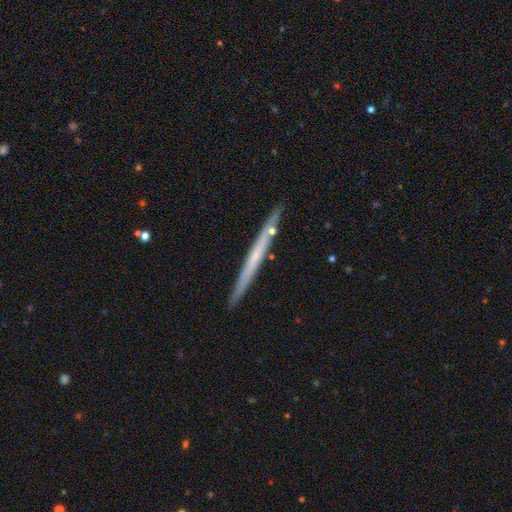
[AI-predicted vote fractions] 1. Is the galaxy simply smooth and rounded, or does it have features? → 54% featured or disk, 40% smooth, 6% star or artifact.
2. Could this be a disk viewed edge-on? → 96% yes, 4% no.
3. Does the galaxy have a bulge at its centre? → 84% none, 13% rounded, 4% boxy.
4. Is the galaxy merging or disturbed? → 86% none, 9% minor disturbance, 3% merger, 2% major disturbance.